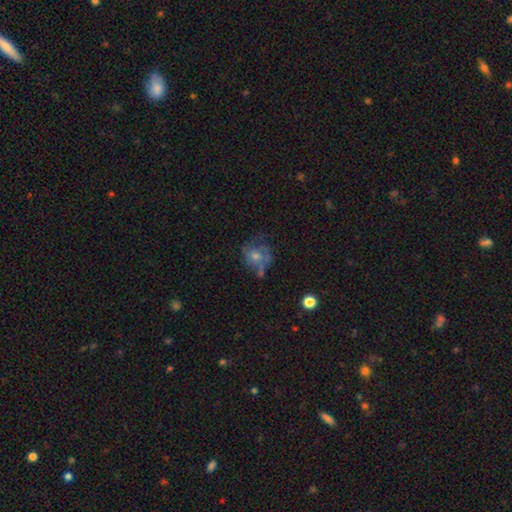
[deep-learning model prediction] This appears to be a featured or disk galaxy (51%). Merging: none (50%).